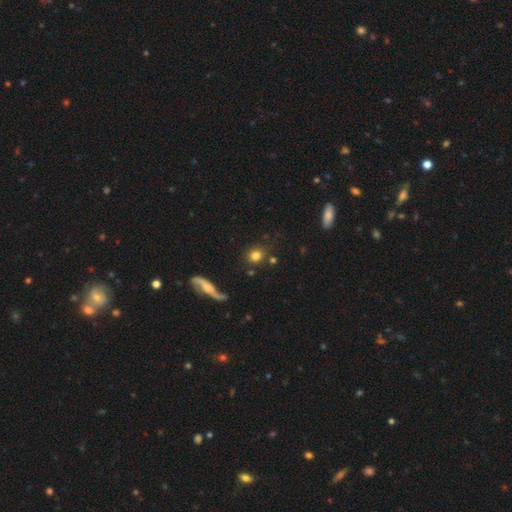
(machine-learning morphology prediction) Smooth or featured: smooth — 78% (featured or disk — 12%)
How rounded: round — 88% (in between — 10%)
Merging: none — 81% (minor disturbance — 10%)